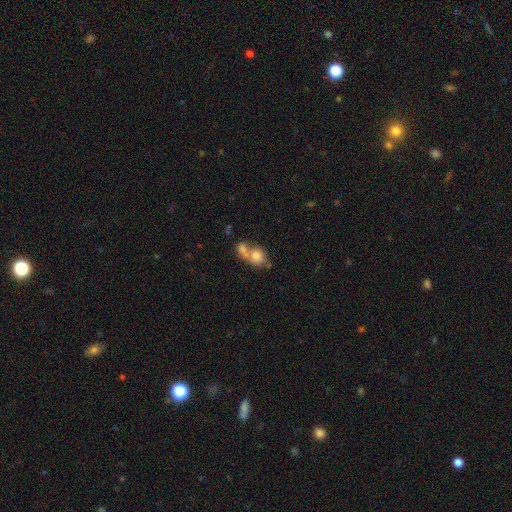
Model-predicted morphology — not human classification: This is likely a smooth galaxy (75%). How rounded: likely round (64%). Merging: likely merger (65%).